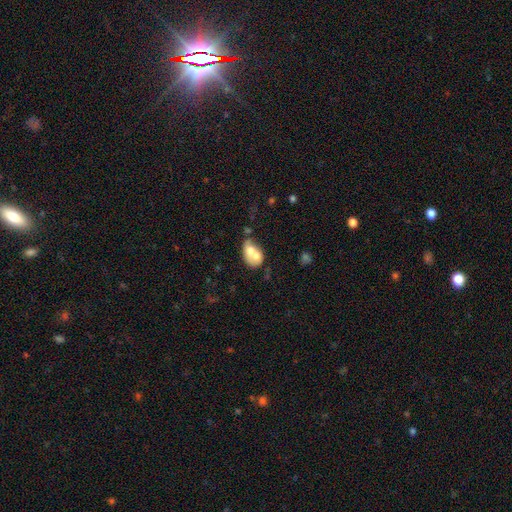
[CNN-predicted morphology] A smooth galaxy with no disk features (59%) that is in between round and cigar-shaped (67%).

Vote fractions:
- Smooth or featured? smooth: 59% / featured or disk: 34% / star or artifact: 8%
- How rounded? in between: 67% / round: 32% / cigar-shaped: 1%
- Merging? merger: 70% / none: 16% / minor disturbance: 8% / major disturbance: 6%